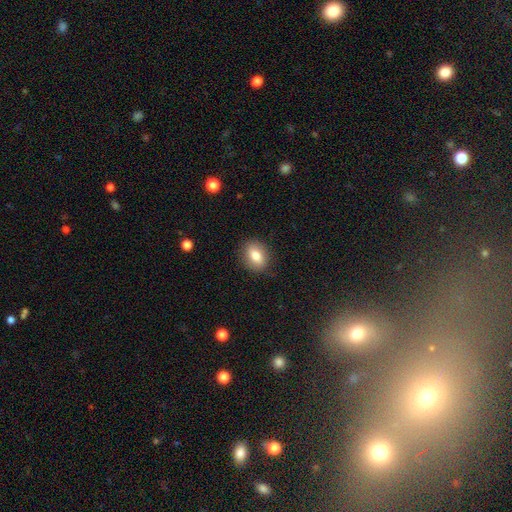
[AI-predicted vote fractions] Morphology: type=smooth (80%); roundness=in between (67%); merging=none (86%).